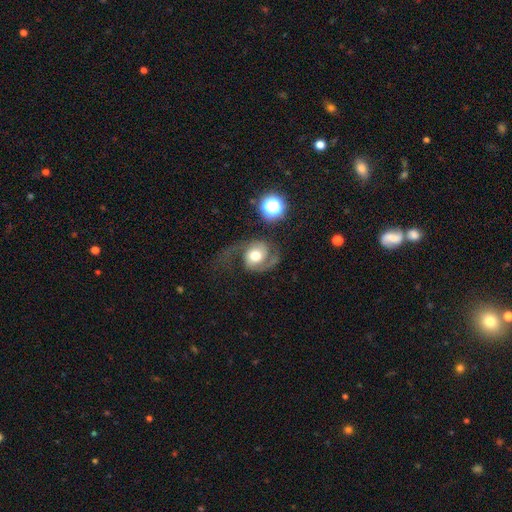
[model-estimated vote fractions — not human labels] A featured or disk galaxy (73%) with no bar (69%), 2 (79%) loose (54%) spiral arms (93%) and a moderate central bulge (57%). Merging: none (45%).